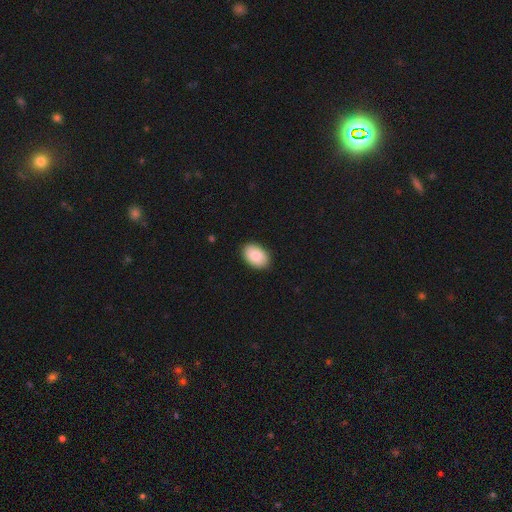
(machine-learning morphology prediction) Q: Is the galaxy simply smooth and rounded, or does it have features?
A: smooth — 88%.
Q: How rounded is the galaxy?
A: in between — 91%.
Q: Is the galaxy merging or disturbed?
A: none — 89%.